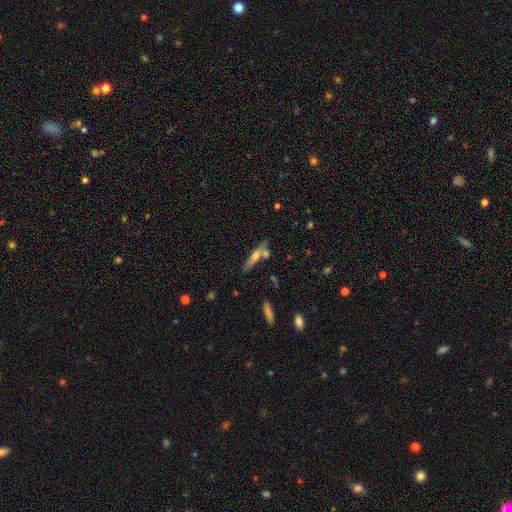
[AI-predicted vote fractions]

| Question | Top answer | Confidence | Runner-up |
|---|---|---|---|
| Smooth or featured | featured or disk | 48% | smooth (44%) |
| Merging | none | 64% | merger (18%) |